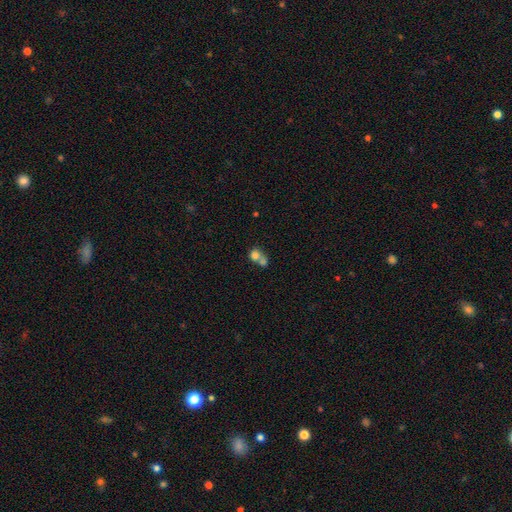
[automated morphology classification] smooth 74%, featured or disk 15%, star or artifact 10%. Down the decision tree: how rounded — round (69%); merging — merger (66%).